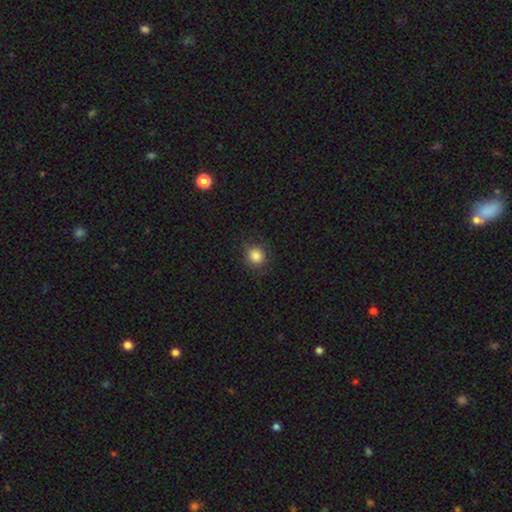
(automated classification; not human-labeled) Morphology: type=smooth (85%); roundness=round (89%); merging=none (84%).